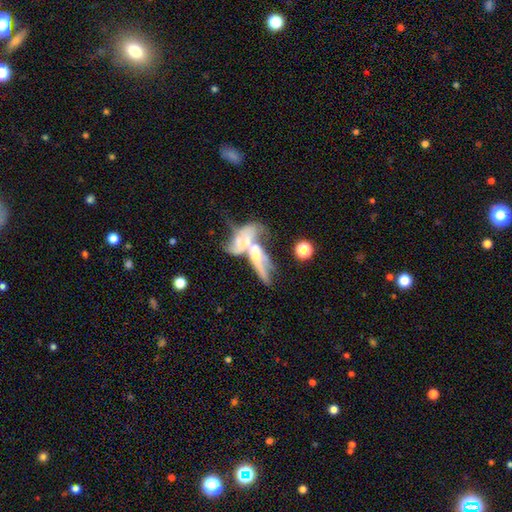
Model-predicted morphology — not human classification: This appears to be a featured or disk galaxy (59%). Merging: merger (69%).